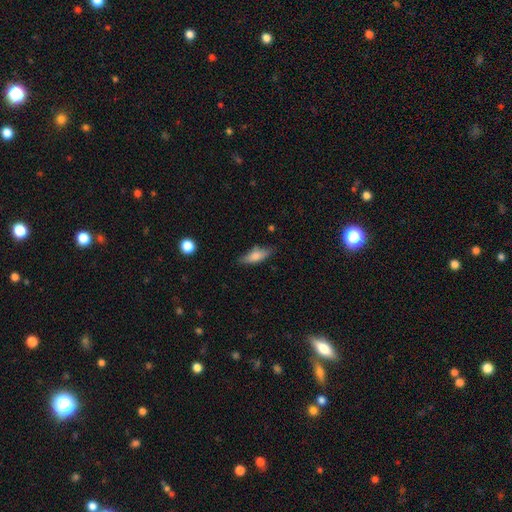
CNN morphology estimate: smooth 70%, featured or disk 23%, star or artifact 7%. Down the decision tree: how rounded — in between (59%); merging — none (73%).